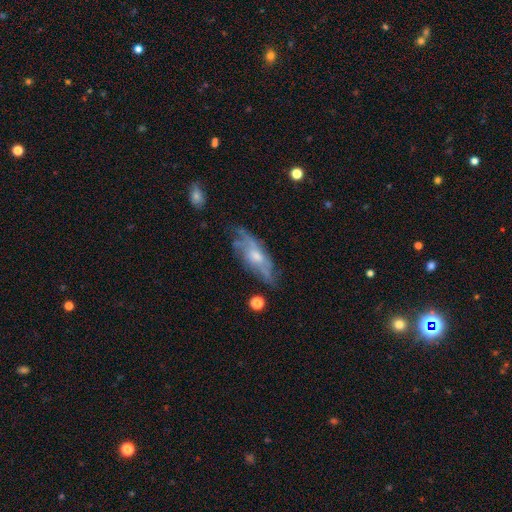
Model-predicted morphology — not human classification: The model was most divided on "merging": none: 62%, minor disturbance: 25%, major disturbance: 11%, merger: 3%. More confident: edge-on disk — no (72%); smooth or featured — featured or disk (68%).